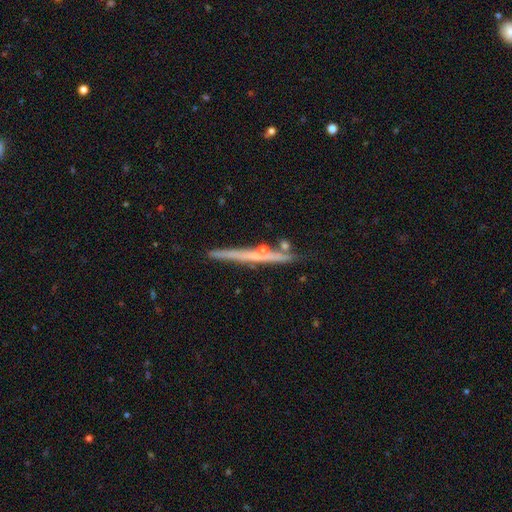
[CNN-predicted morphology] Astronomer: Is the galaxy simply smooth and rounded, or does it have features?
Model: featured or disk — 68%.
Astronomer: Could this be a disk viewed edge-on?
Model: yes — 97%.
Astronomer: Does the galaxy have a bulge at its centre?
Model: none — 59% (runner-up: rounded, 36%).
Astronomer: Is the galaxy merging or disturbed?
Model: none — 81%.